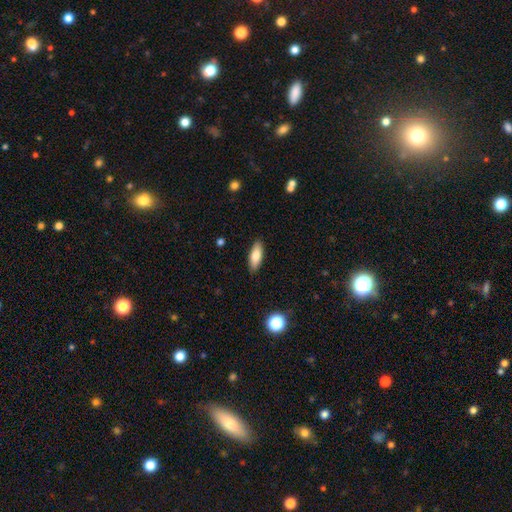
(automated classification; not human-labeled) Q: Smooth or featured?
A: smooth (79%); runner-up: featured or disk (14%)
Q: How rounded?
A: in between (70%); runner-up: cigar-shaped (28%)
Q: Merging?
A: none (89%); runner-up: minor disturbance (9%)